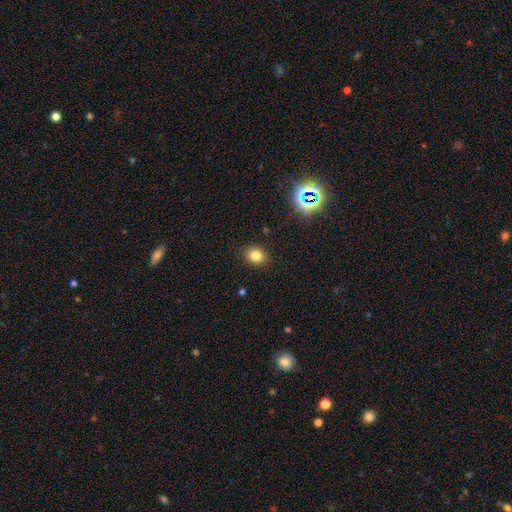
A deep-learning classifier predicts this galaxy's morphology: The model was most divided on "how rounded": round: 59%, in between: 40%, cigar-shaped: 1%. More confident: merging — none (89%); smooth or featured — smooth (80%).